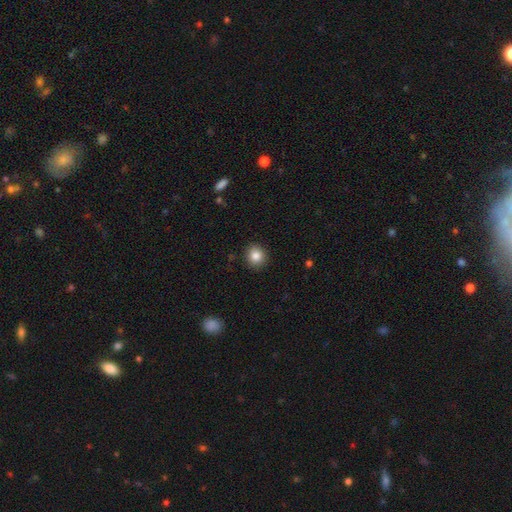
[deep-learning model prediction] This is clearly a smooth galaxy (85%). How rounded: clearly round (86%). Merging: clearly none (90%).